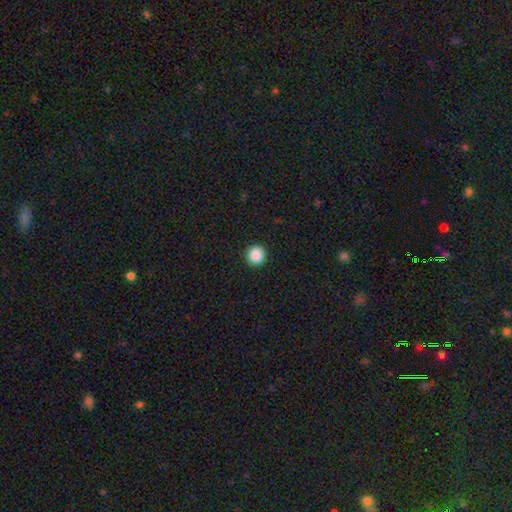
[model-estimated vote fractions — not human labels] Smooth or featured? Predicted: smooth (p=0.88). How rounded? Predicted: round (p=0.93). Merging? Predicted: none (p=0.93).